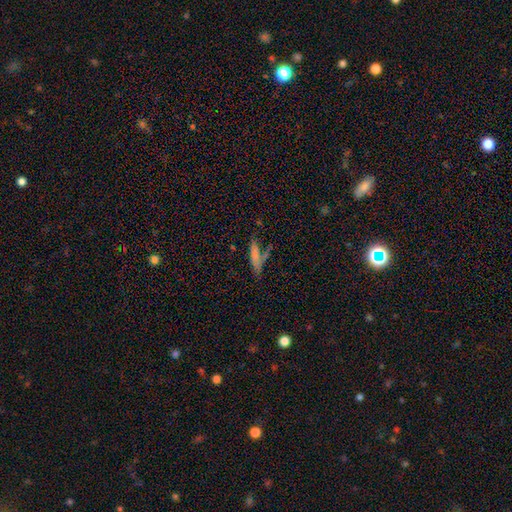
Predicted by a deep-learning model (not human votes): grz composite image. It shows a smooth galaxy with no disk features (69%) that is cigar-shaped (66%). Merging: none (51%).